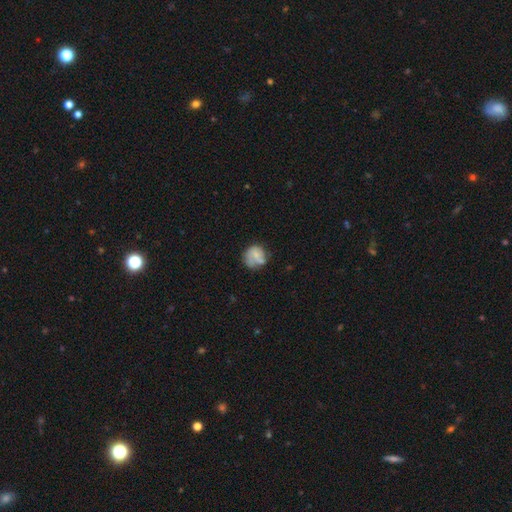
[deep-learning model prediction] Smooth or featured?
  - smooth: 62% *
  - featured or disk: 29%
  - star or artifact: 9%
How rounded?
  - round: 79% *
  - in between: 21%
  - cigar-shaped: 1%
Merging?
  - none: 50% *
  - minor disturbance: 26%
  - major disturbance: 12%
  - merger: 12%